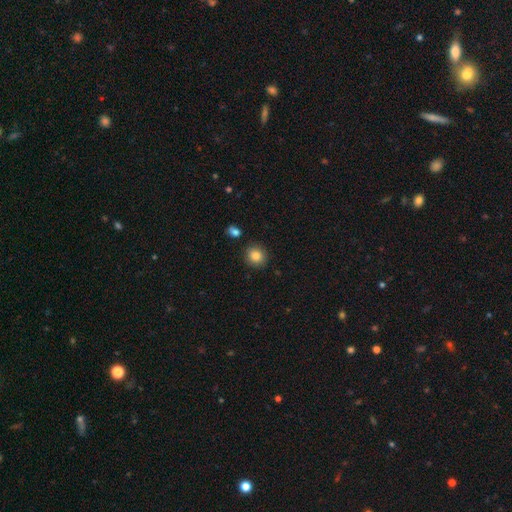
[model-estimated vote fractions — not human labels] Overall: smooth (84%). How rounded: round (84%). Merging: none (88%).